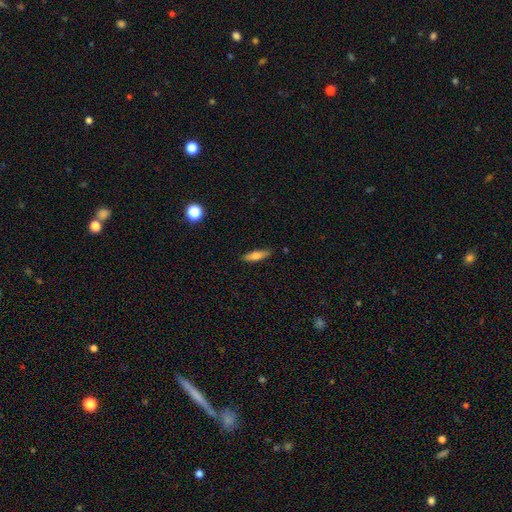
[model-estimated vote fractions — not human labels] Smooth or featured: smooth — 69% (featured or disk — 24%)
How rounded: cigar-shaped — 68% (in between — 30%)
Merging: none — 85% (minor disturbance — 11%)